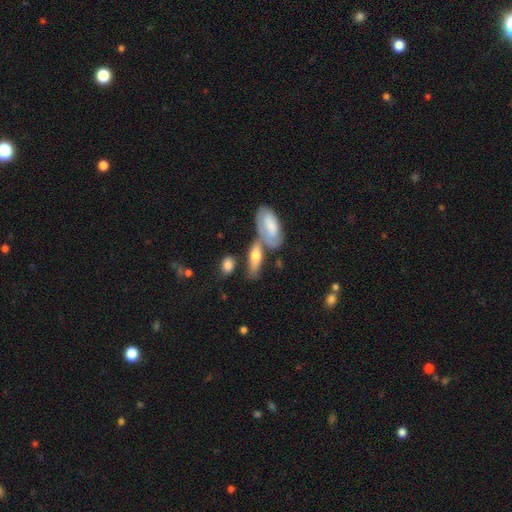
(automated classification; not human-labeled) Morphology: type=smooth (59%); roundness=in between (65%); merging=none (48%).